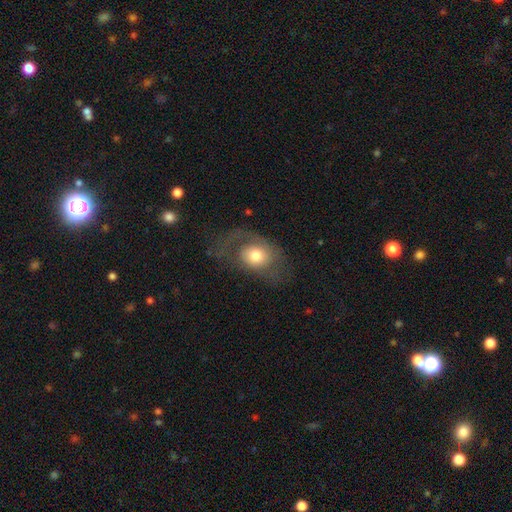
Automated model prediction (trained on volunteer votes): Overall: smooth (56%; featured or disk 37%). How rounded: in between (67%; round 32%). Merging: none (46%; major disturbance 30%).